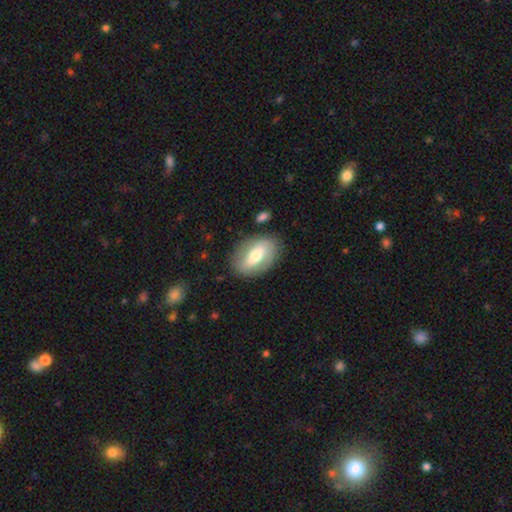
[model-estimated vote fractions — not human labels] smooth_or_featured: featured or disk (p=0.48) [alt: smooth p=0.45]
merging: none (p=0.79) [alt: minor disturbance p=0.14]